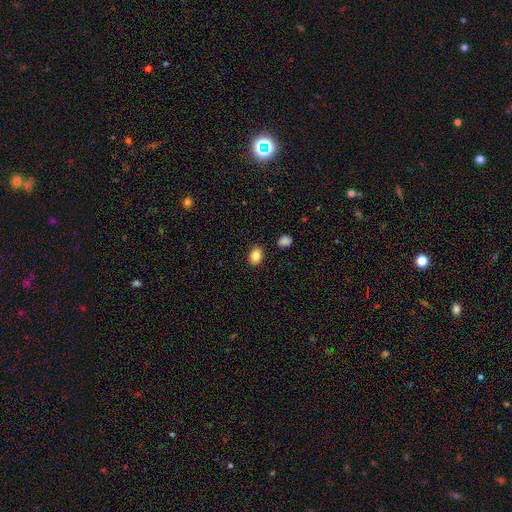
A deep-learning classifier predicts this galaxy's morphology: A smooth galaxy with no disk features (86%) that is in between round and cigar-shaped (74%).

Vote fractions:
- Smooth or featured? smooth: 86% / star or artifact: 9% / featured or disk: 5%
- How rounded? in between: 74% / round: 25% / cigar-shaped: 1%
- Merging? none: 86% / minor disturbance: 9% / merger: 2% / major disturbance: 2%